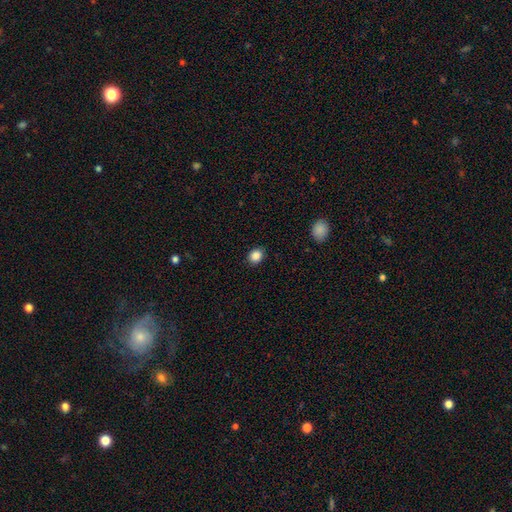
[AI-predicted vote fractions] smooth 86%, star or artifact 10%, featured or disk 4%. Down the decision tree: how rounded — round (58%); merging — none (89%).